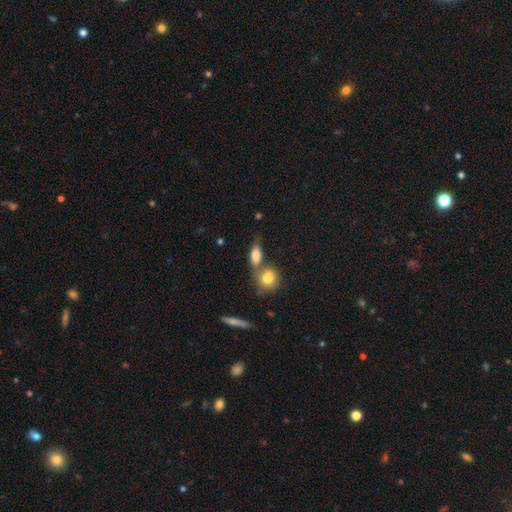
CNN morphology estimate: Smooth or featured?
  - smooth: 77% *
  - featured or disk: 15%
  - star or artifact: 9%
How rounded?
  - in between: 74% *
  - cigar-shaped: 14%
  - round: 12%
Merging?
  - none: 42% *
  - merger: 38%
  - minor disturbance: 14%
  - major disturbance: 6%